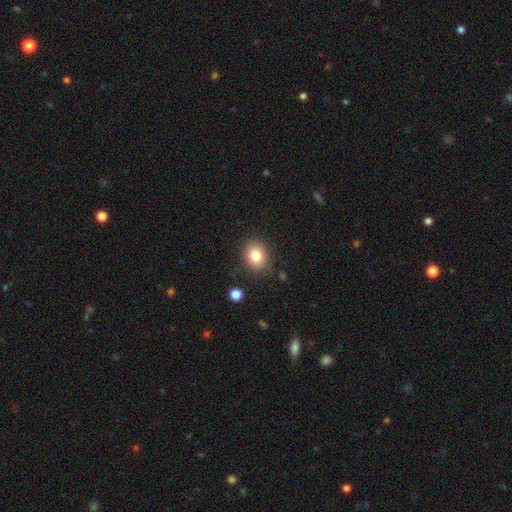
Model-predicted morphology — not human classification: Smooth or featured? smooth (82%)
How rounded? round (56%)
Merging? none (85%)